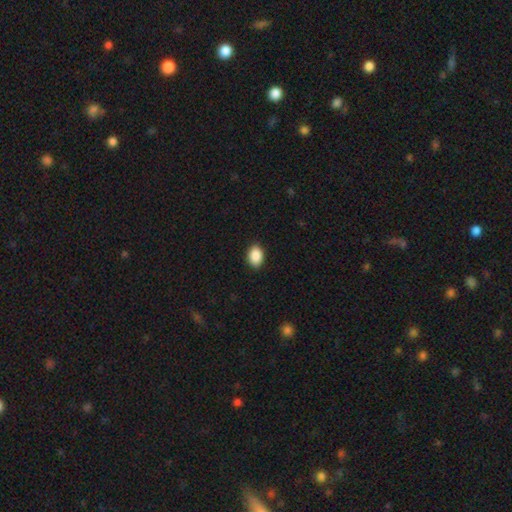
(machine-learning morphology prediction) This is clearly a smooth galaxy (90%). How rounded: clearly in between (82%). Merging: clearly none (89%).